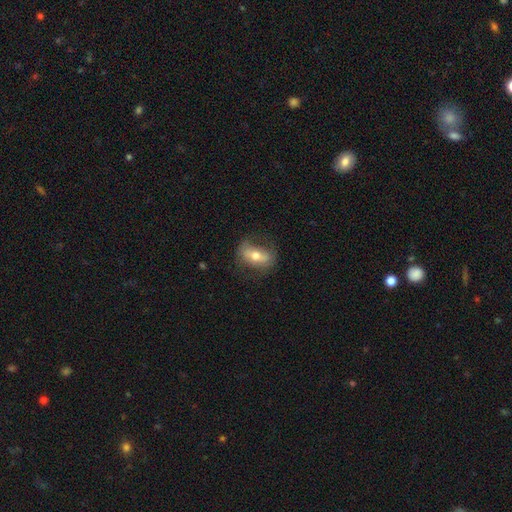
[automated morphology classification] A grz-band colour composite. It shows a smooth galaxy with no disk features (50%). Merging: none (67%).